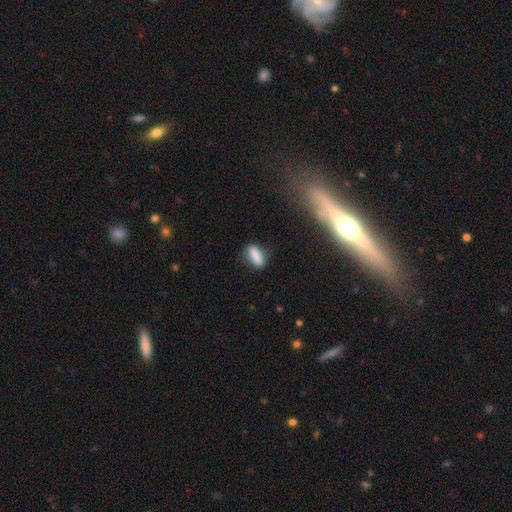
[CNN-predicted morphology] type=smooth (82%); roundness=in between (58%); merging=none (77%).